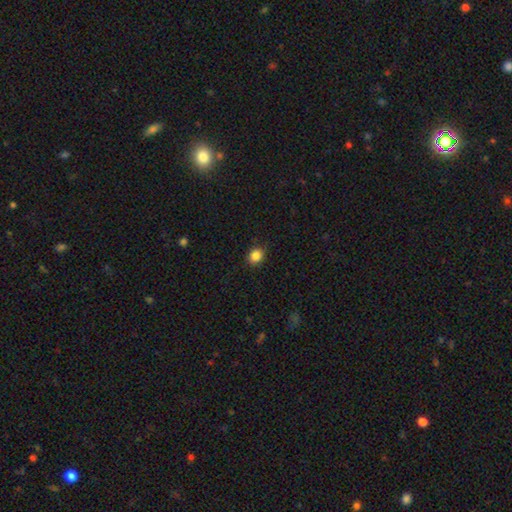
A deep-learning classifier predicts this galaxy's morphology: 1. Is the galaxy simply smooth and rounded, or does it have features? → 86% smooth, 11% star or artifact, 4% featured or disk.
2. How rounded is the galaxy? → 73% round, 26% in between, 1% cigar-shaped.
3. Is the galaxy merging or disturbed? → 89% none, 8% minor disturbance, 2% major disturbance, 1% merger.